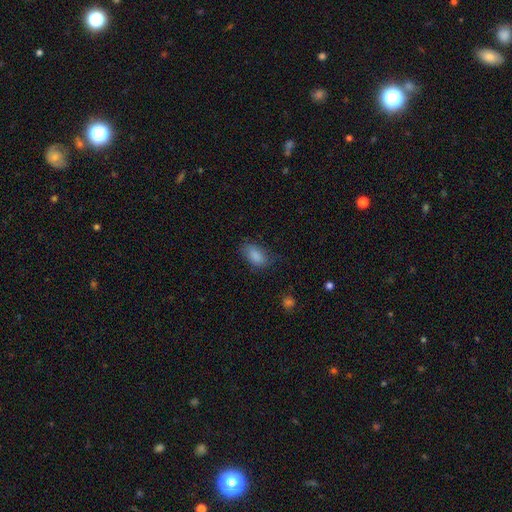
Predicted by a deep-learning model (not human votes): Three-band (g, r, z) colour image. It shows a smooth galaxy with no disk features (86%) that is in between round and cigar-shaped (91%). Merging: none (68%).